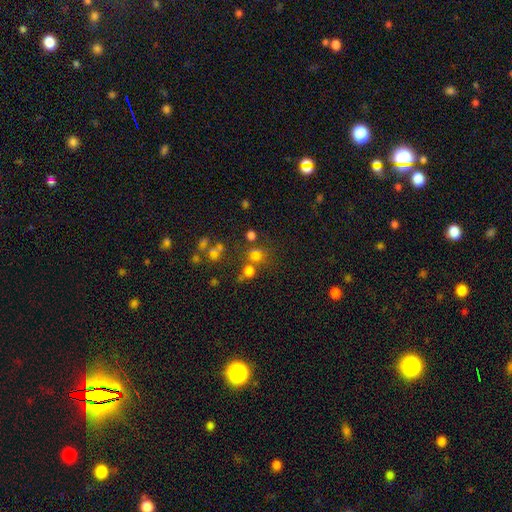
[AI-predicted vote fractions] Q: Smooth or featured?
A: smooth (64%); runner-up: star or artifact (24%)
Q: How rounded?
A: round (83%); runner-up: in between (15%)
Q: Merging?
A: none (57%); runner-up: merger (27%)